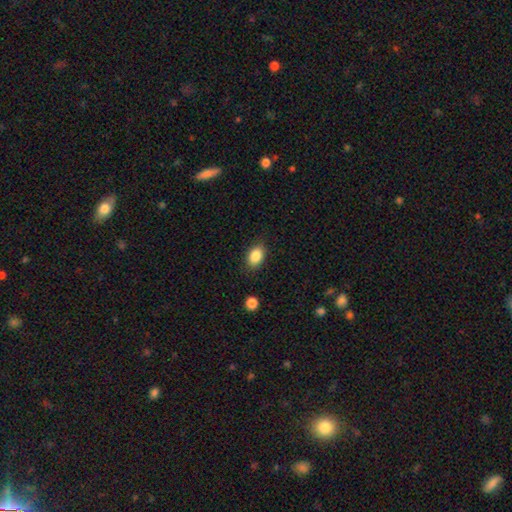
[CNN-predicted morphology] A smooth galaxy with no disk features (86%) that is in between round and cigar-shaped (80%).

Vote fractions:
- Smooth or featured? smooth: 86% / star or artifact: 8% / featured or disk: 5%
- How rounded? in between: 80% / round: 18% / cigar-shaped: 1%
- Merging? none: 84% / minor disturbance: 12% / major disturbance: 3% / merger: 2%